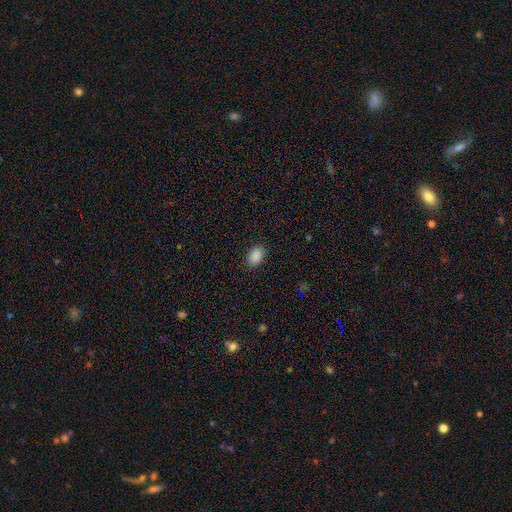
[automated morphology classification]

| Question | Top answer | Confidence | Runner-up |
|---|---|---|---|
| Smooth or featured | smooth | 89% | star or artifact (8%) |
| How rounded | in between | 88% | round (10%) |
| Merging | none | 88% | minor disturbance (8%) |